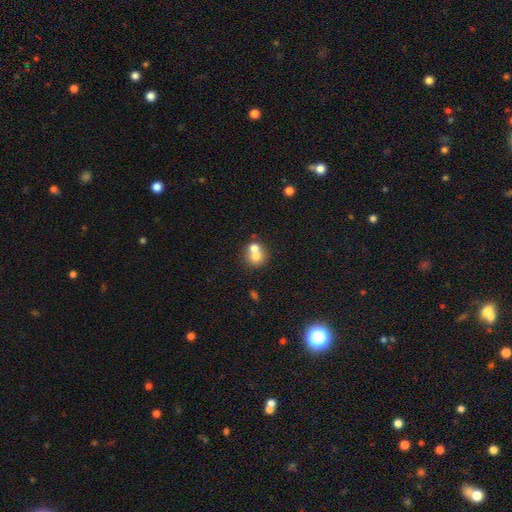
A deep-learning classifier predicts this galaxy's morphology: A smooth galaxy with no disk features (67%) that is round (80%). Merging: merger (59%).